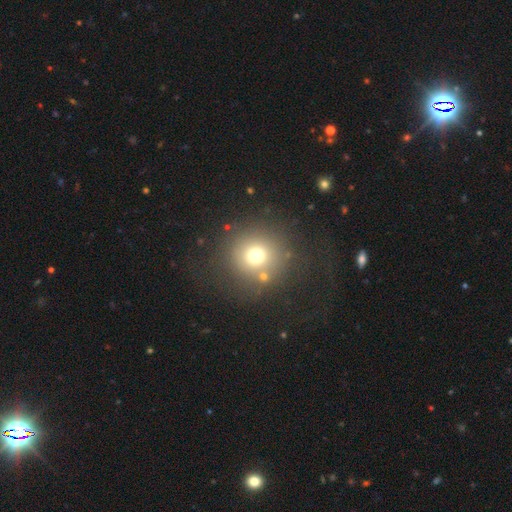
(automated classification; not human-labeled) A smooth galaxy with no disk features (70%) that is round (93%).

Vote fractions:
- Smooth or featured? smooth: 70% / star or artifact: 18% / featured or disk: 12%
- How rounded? round: 93% / in between: 6% / cigar-shaped: 1%
- Merging? none: 80% / minor disturbance: 9% / major disturbance: 6% / merger: 6%